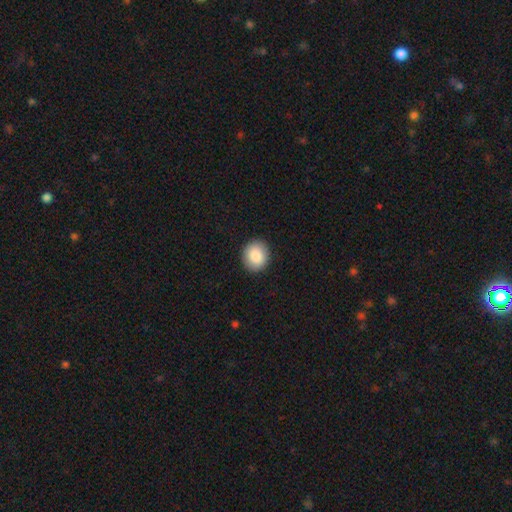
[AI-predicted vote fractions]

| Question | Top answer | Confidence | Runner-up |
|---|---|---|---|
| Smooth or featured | smooth | 87% | star or artifact (7%) |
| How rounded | round | 78% | in between (21%) |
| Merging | none | 91% | minor disturbance (7%) |